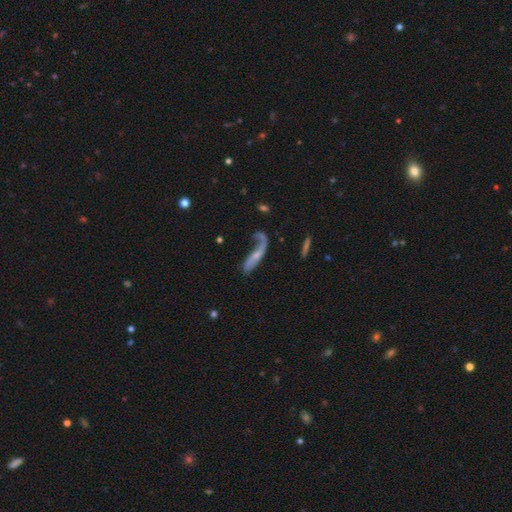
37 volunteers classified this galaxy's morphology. Overall: featured or disk (54%; smooth 41%). Edge-on disk: no (65%; yes 35%). Bar: weak (46%, tied with no). Spiral arms: yes (92%). Spiral arm count: 1 (58%; 2 42%). Spiral winding: loose (92%). Bulge size: small (69%). Merging: major disturbance (63%; none 26%).